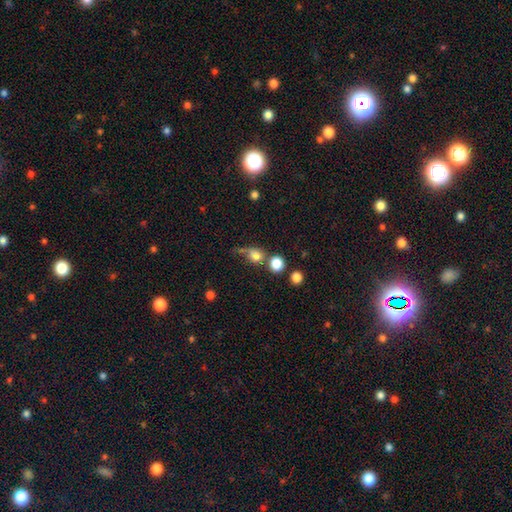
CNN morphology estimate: Smooth or featured? smooth (76%)
How rounded? round (79%)
Merging? none (40%)